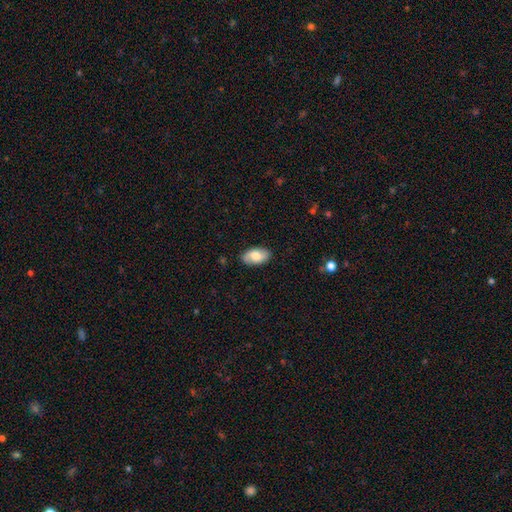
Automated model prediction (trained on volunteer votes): Q: Smooth or featured?
A: smooth (74%); runner-up: featured or disk (20%)
Q: How rounded?
A: in between (94%); runner-up: round (4%)
Q: Merging?
A: none (86%); runner-up: minor disturbance (11%)